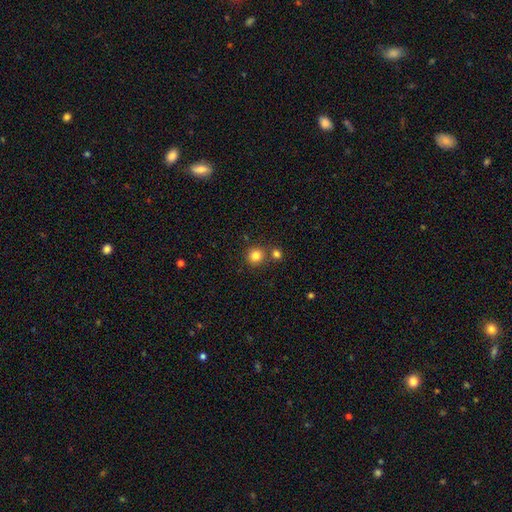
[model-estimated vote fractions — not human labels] The model was most divided on "merging": none: 75%, merger: 16%, minor disturbance: 7%, major disturbance: 2%. More confident: how rounded — round (91%); smooth or featured — smooth (82%).